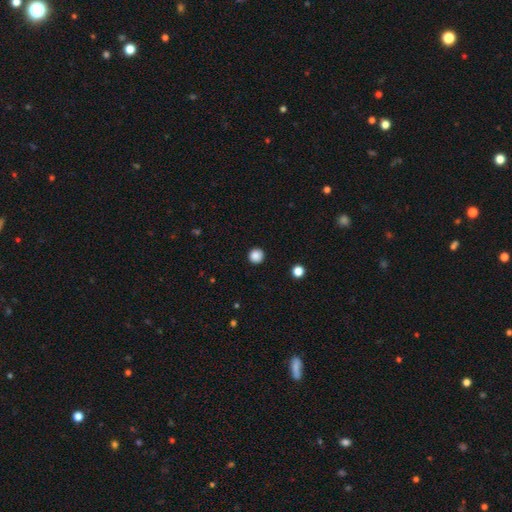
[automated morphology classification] Overall: smooth (87%). How rounded: round (96%). Merging: none (93%).